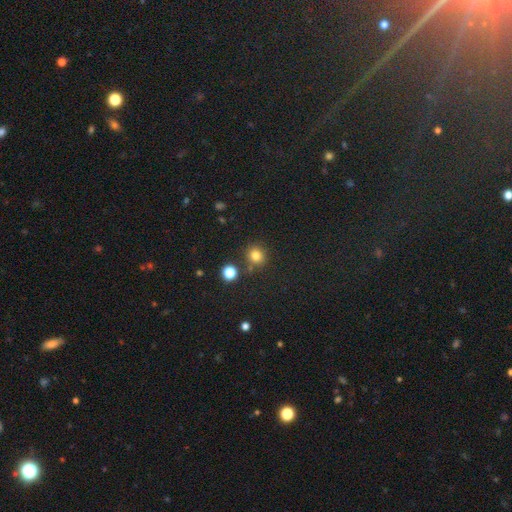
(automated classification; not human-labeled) Morphology: type=smooth (80%); roundness=round (87%); merging=none (78%).